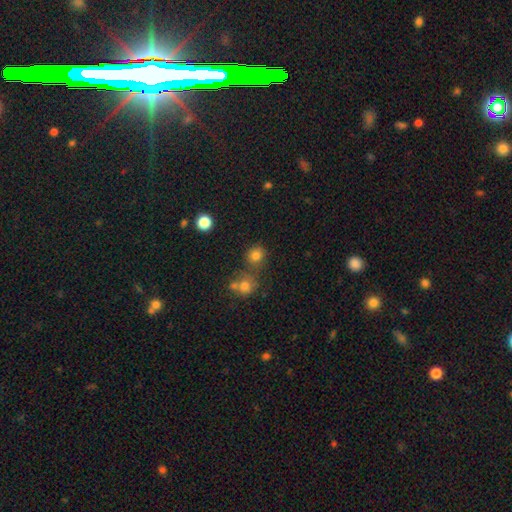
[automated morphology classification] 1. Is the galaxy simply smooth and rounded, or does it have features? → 79% smooth, 15% star or artifact, 6% featured or disk.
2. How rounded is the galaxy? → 85% round, 14% in between, 1% cigar-shaped.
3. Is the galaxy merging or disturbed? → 68% none, 18% merger, 10% minor disturbance, 4% major disturbance.